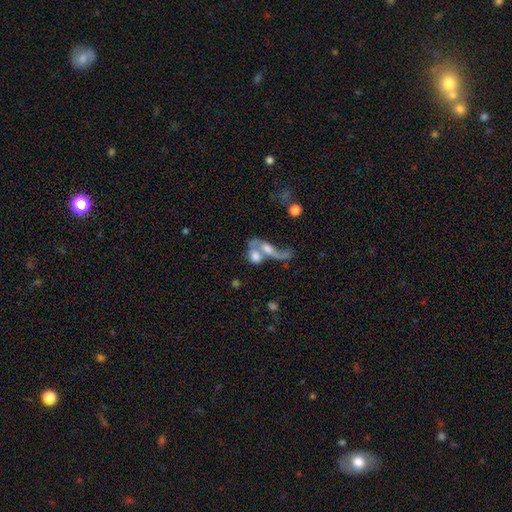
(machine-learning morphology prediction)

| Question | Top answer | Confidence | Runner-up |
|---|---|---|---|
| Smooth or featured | smooth | 47% | featured or disk (42%) |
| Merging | merger | 67% | major disturbance (14%) |